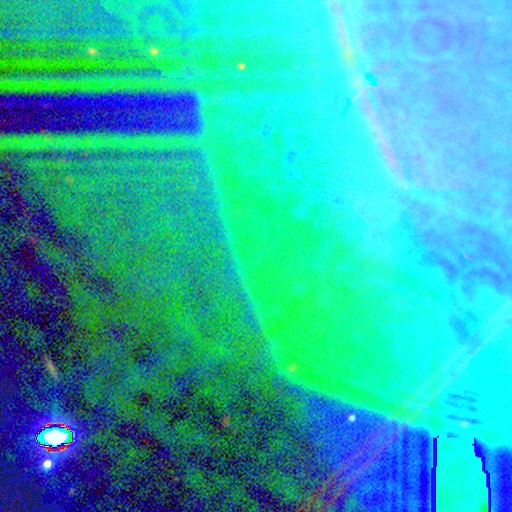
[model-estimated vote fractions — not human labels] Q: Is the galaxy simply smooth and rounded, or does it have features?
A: star or artifact — 82%.